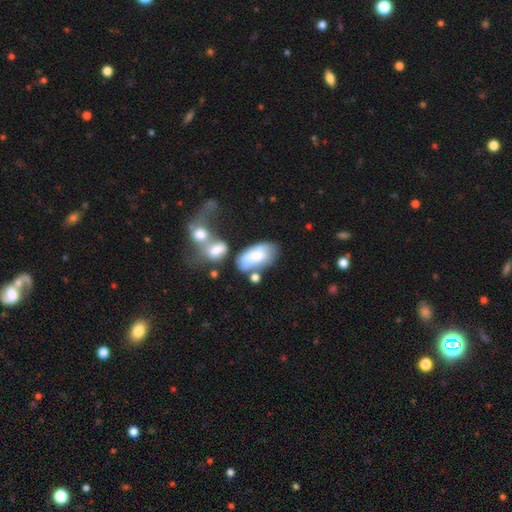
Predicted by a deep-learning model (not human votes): Smooth or featured?
  - smooth: 62% *
  - featured or disk: 31%
  - star or artifact: 8%
How rounded?
  - in between: 93% *
  - round: 4%
  - cigar-shaped: 3%
Merging?
  - none: 35% *
  - merger: 28%
  - minor disturbance: 21%
  - major disturbance: 16%